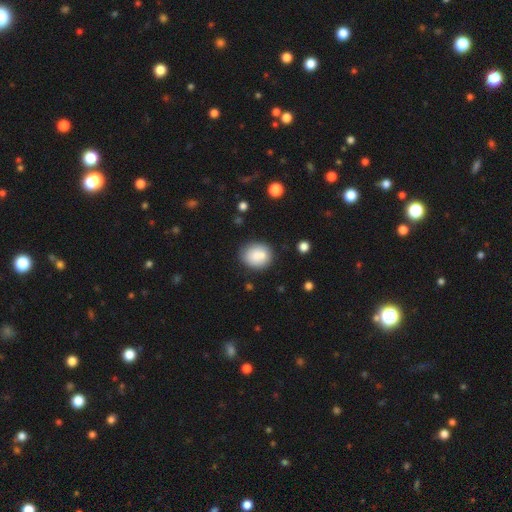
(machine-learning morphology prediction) Overall: smooth (81%). How rounded: round (65%; in between 34%). Merging: none (70%).